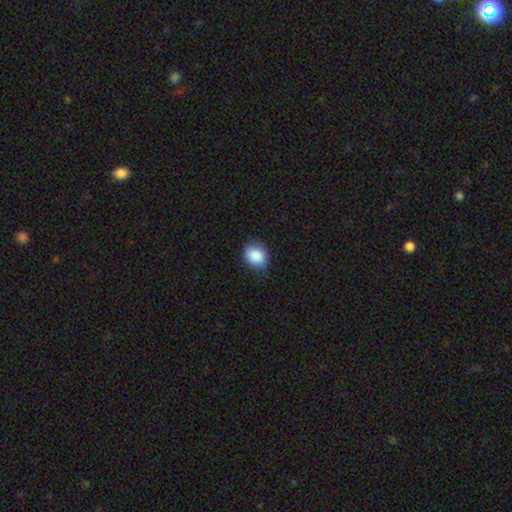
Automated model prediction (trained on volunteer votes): smooth-or-featured: smooth: 88% | star or artifact: 8% | featured or disk: 4%
  how-rounded: round: 51% | in between: 48% | cigar-shaped: 1%
  merging: none: 75% | minor disturbance: 20% | major disturbance: 4% | merger: 1%